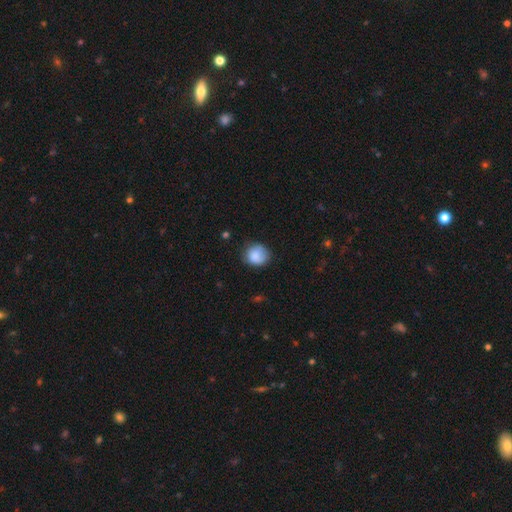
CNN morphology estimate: This is clearly a smooth galaxy (83%). How rounded: likely round (80%). Merging: likely none (69%).